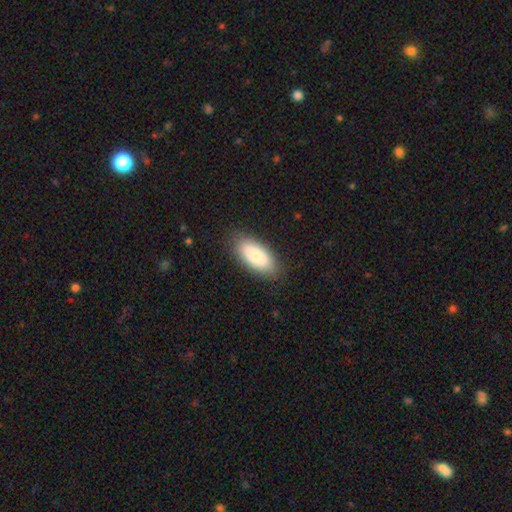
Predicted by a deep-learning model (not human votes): smooth_or_featured: smooth (p=0.82) [alt: featured or disk p=0.11]
how_rounded: in between (p=0.89) [alt: cigar-shaped p=0.09]
merging: none (p=0.84) [alt: minor disturbance p=0.12]